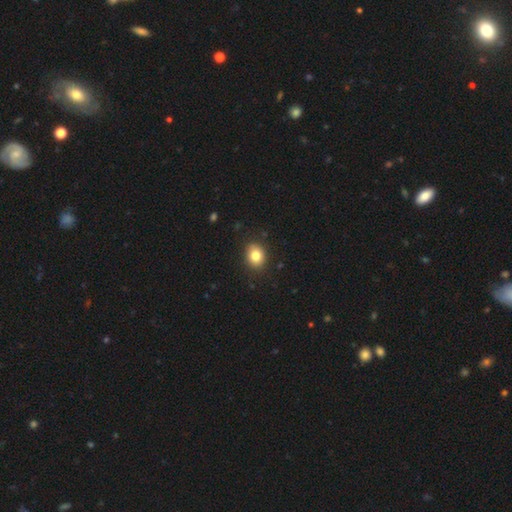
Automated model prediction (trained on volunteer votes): smooth 83%, star or artifact 9%, featured or disk 7%. Down the decision tree: how rounded — round (50%); merging — none (87%).